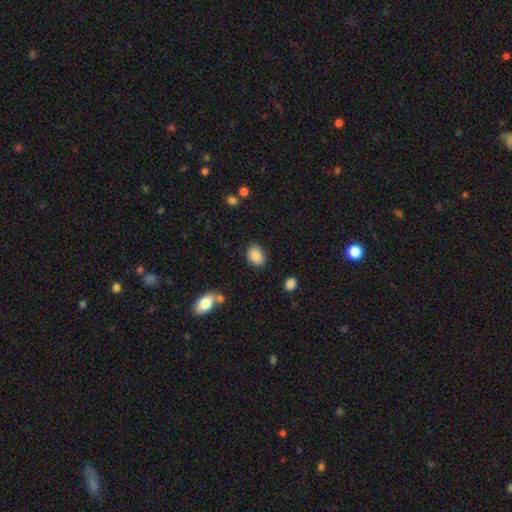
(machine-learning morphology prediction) smooth-or-featured: smooth: 88% | star or artifact: 8% | featured or disk: 5%
  how-rounded: in between: 68% | round: 31% | cigar-shaped: 1%
  merging: none: 81% | minor disturbance: 14% | major disturbance: 3% | merger: 2%